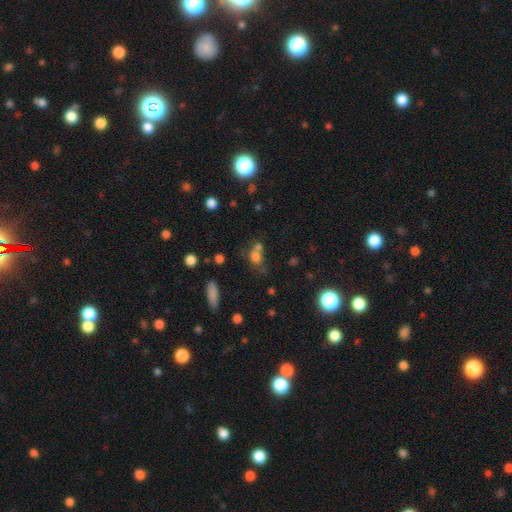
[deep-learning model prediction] A smooth galaxy with no disk features (70%) that is round (60%). Merging: merger (44%).